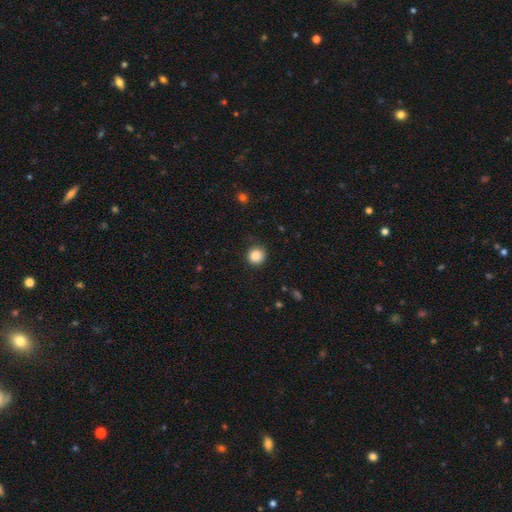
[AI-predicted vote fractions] Smooth or featured?
  - smooth: 86% *
  - star or artifact: 10%
  - featured or disk: 4%
How rounded?
  - round: 93% *
  - in between: 6%
  - cigar-shaped: 1%
Merging?
  - none: 86% *
  - minor disturbance: 10%
  - major disturbance: 3%
  - merger: 1%